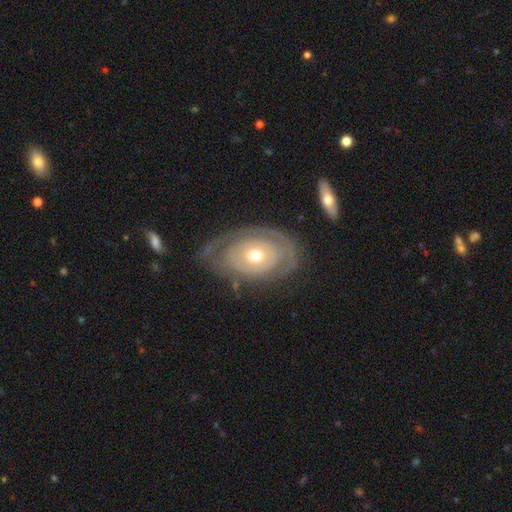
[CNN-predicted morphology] This appears to be a featured or disk galaxy (69%) with no bar (87%), spiral arms (52%) and a moderate central bulge (58%). Merging: none (64%).